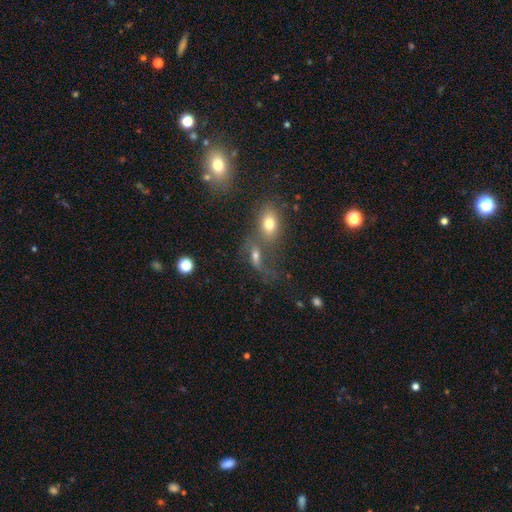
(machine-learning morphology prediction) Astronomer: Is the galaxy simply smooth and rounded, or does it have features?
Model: smooth — 52% (runner-up: featured or disk, 27%).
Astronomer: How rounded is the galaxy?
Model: in between — 70%.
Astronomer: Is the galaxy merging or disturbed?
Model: merger — 43% (runner-up: none, 31%).